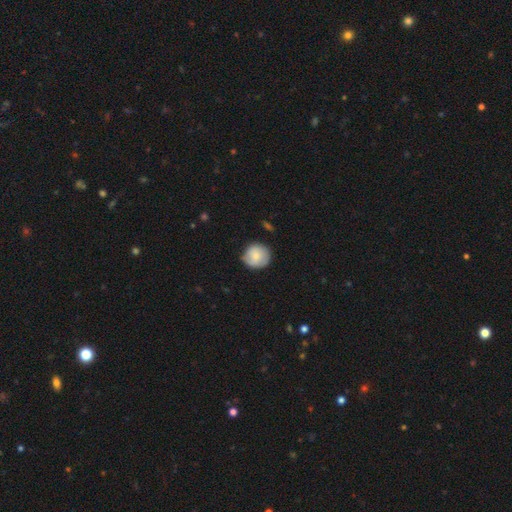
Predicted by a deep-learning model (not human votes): This is likely a smooth galaxy (76%). How rounded: clearly round (91%). Merging: likely none (75%).